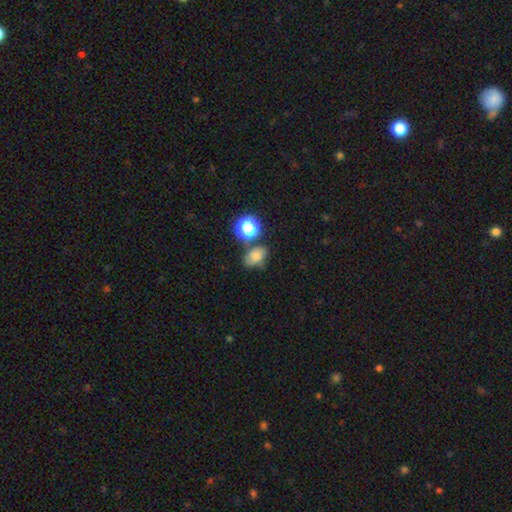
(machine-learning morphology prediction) A smooth galaxy with no disk features (73%) that is in between round and cigar-shaped (71%).

Vote fractions:
- Smooth or featured? smooth: 73% / star or artifact: 16% / featured or disk: 11%
- How rounded? in between: 71% / round: 27% / cigar-shaped: 1%
- Merging? none: 58% / minor disturbance: 20% / merger: 15% / major disturbance: 7%